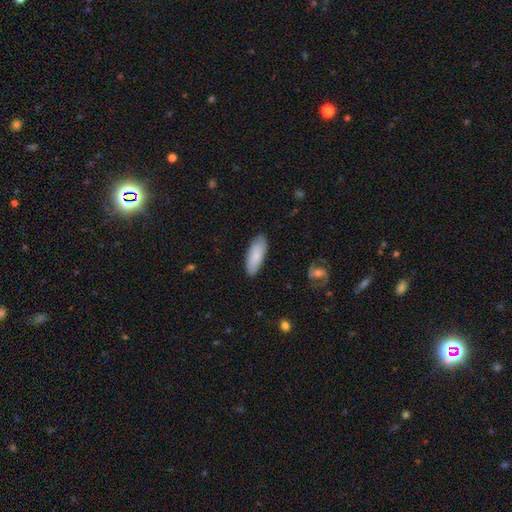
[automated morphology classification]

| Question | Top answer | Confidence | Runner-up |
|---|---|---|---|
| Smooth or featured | smooth | 82% | featured or disk (13%) |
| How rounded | in between | 71% | cigar-shaped (27%) |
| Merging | none | 86% | minor disturbance (11%) |